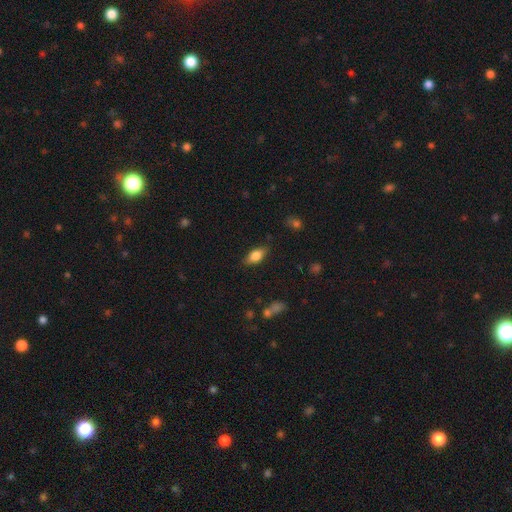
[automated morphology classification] This appears to be a smooth galaxy with no disk features (78%) that is in between round and cigar-shaped (85%). Merging: none (82%).